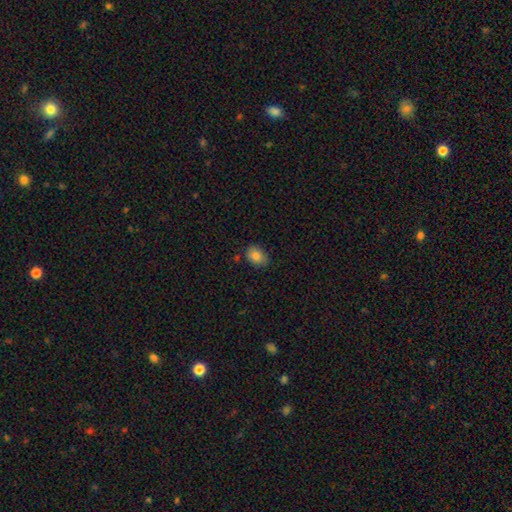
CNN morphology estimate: Smooth or featured?
  - smooth: 85% *
  - star or artifact: 9%
  - featured or disk: 6%
How rounded?
  - in between: 72% *
  - round: 27%
  - cigar-shaped: 1%
Merging?
  - none: 77% *
  - minor disturbance: 17%
  - major disturbance: 3%
  - merger: 3%